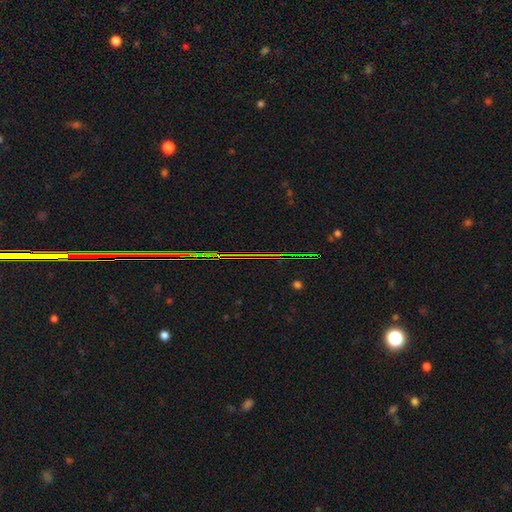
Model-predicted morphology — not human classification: type=star or artifact (82%).